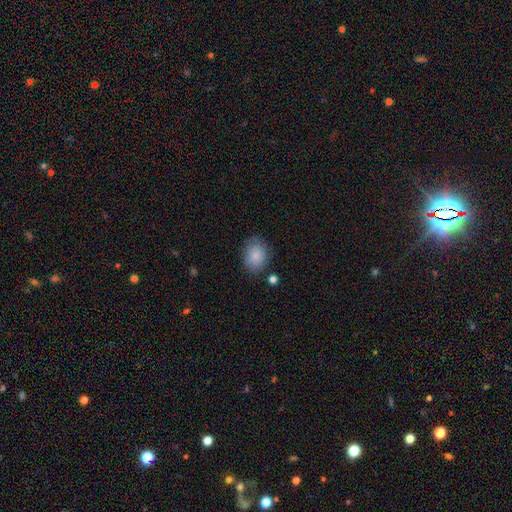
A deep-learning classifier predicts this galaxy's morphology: smooth_or_featured: smooth (p=0.84) [alt: featured or disk p=0.08]
how_rounded: in between (p=0.58) [alt: round p=0.41]
merging: none (p=0.76) [alt: minor disturbance p=0.17]